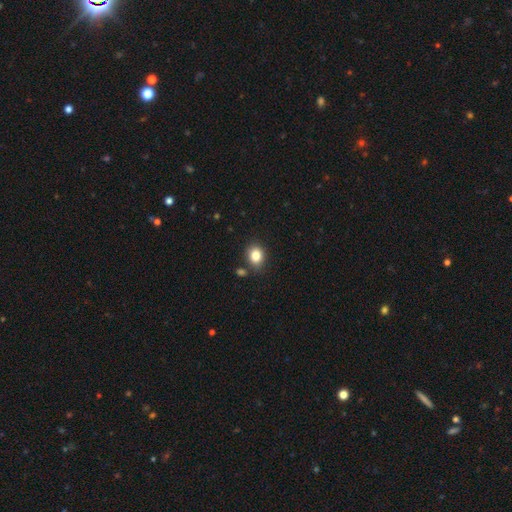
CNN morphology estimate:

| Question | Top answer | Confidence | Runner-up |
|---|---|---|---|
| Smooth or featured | smooth | 84% | star or artifact (10%) |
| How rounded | round | 51% | in between (48%) |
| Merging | none | 78% | minor disturbance (12%) |